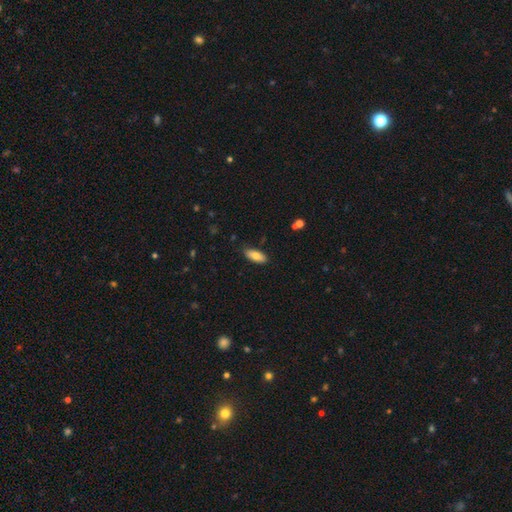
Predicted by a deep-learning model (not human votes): Smooth or featured? Predicted: smooth (p=0.78). How rounded? Predicted: in between (p=0.84). Merging? Predicted: none (p=0.86).